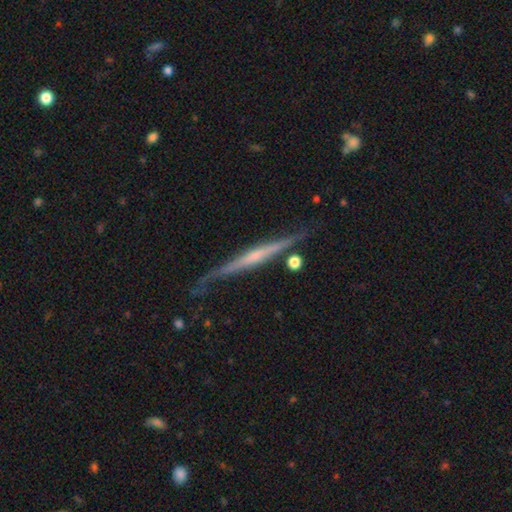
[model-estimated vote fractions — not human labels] A featured or disk galaxy (75%) viewed edge-on (96%) with no central bulge (46%).

Vote fractions:
- Smooth or featured? featured or disk: 75% / smooth: 19% / star or artifact: 6%
- Edge-on disk? yes: 96% / no: 4%
- Edge-on bulge? none: 46% / rounded: 42% / boxy: 12%
- Merging? none: 70% / minor disturbance: 20% / major disturbance: 6% / merger: 4%